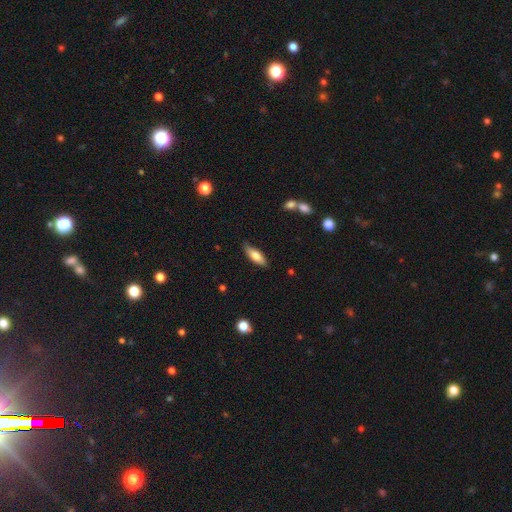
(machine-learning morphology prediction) This is likely a smooth galaxy (70%). How rounded: possibly in between (57%). Merging: clearly none (83%).